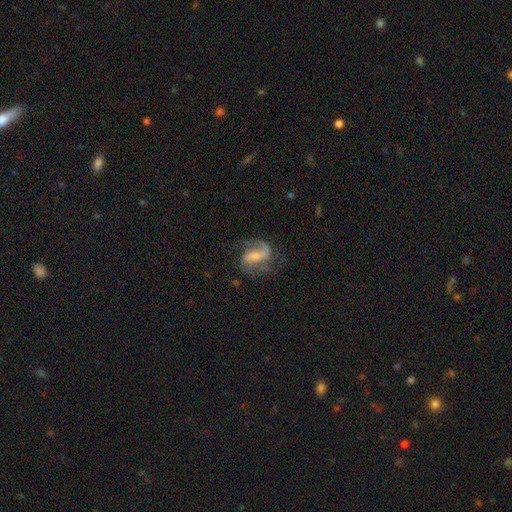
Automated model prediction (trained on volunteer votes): Smooth or featured: featured or disk — 83% (smooth — 11%)
Edge-on disk: no — 97% (yes — 3%)
Bar: weak — 43% (strong — 36%)
Spiral arms: yes — 95% (no — 5%)
Spiral winding: medium — 46% (loose — 43%)
Spiral arm count: 2 — 80% (1 — 11%)
Bulge size: small — 41% (moderate — 30%)
Merging: none — 62% (minor disturbance — 19%)